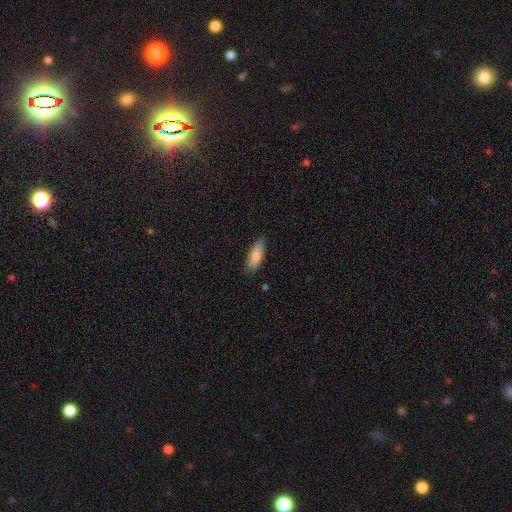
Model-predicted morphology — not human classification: smooth_or_featured: smooth (p=0.83) [alt: featured or disk p=0.11]
how_rounded: in between (p=0.62) [alt: cigar-shaped p=0.36]
merging: none (p=0.82) [alt: minor disturbance p=0.14]